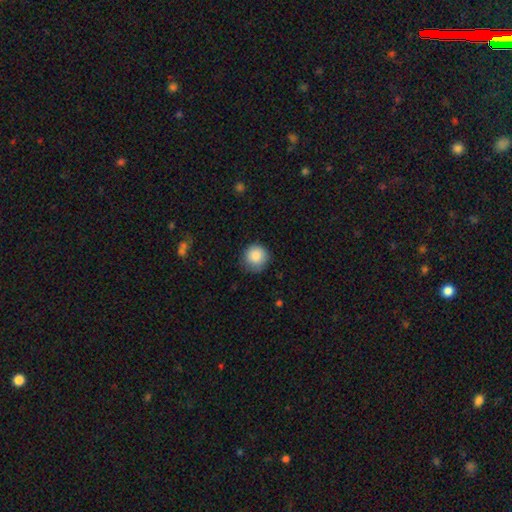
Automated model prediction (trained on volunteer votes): A smooth galaxy with no disk features (87%) that is round (93%). Merging: none (76%).